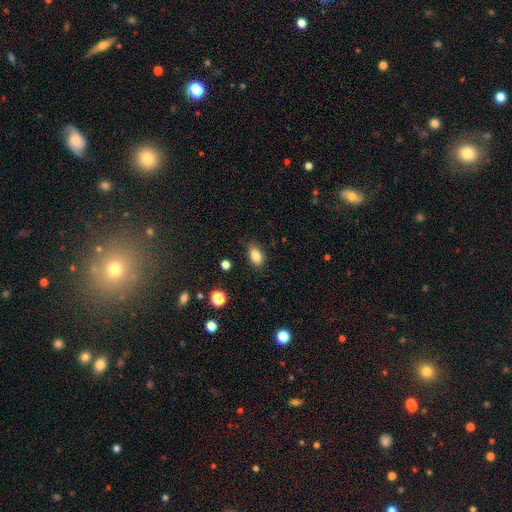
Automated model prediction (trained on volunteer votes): Smooth or featured?
  - smooth: 85% *
  - star or artifact: 9%
  - featured or disk: 6%
How rounded?
  - in between: 86% *
  - round: 12%
  - cigar-shaped: 2%
Merging?
  - none: 78% *
  - minor disturbance: 17%
  - major disturbance: 4%
  - merger: 1%